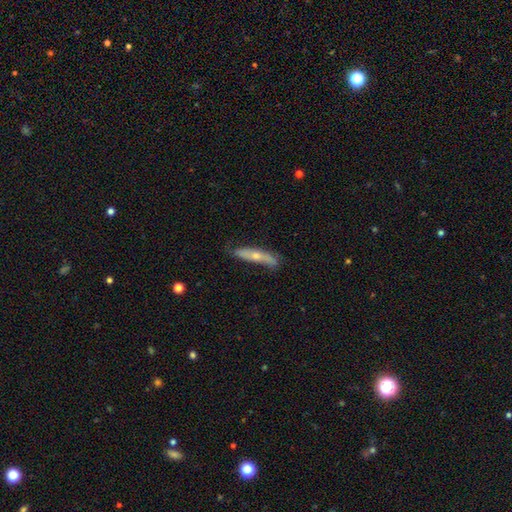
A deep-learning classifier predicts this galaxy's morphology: smooth-or-featured: featured or disk: 52% | smooth: 41% | star or artifact: 6%
  disk-edge-on: yes: 70% | no: 30%
  merging: none: 70% | minor disturbance: 23% | major disturbance: 5% | merger: 2%